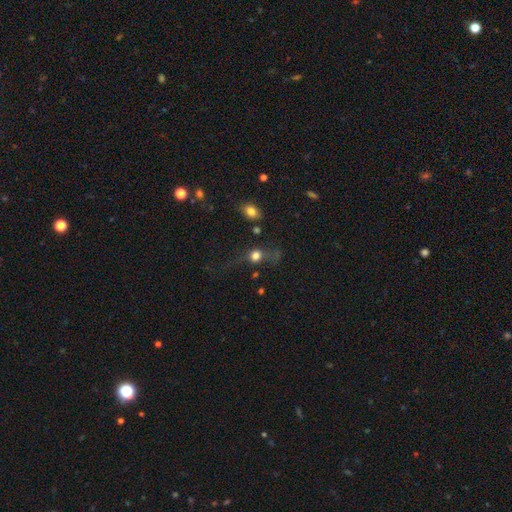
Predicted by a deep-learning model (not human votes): This appears to be a smooth galaxy with no disk features (67%) that is round (76%). Merging: none (44%).